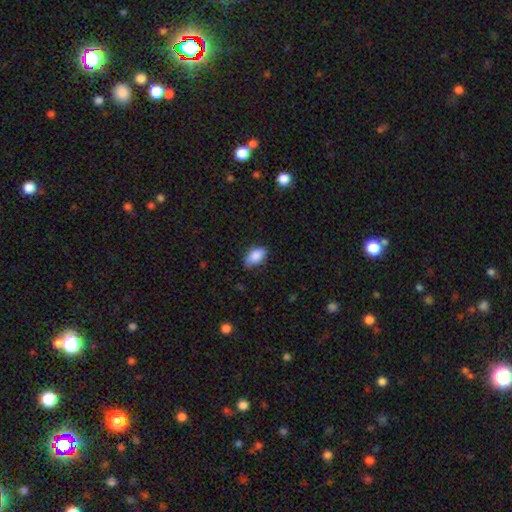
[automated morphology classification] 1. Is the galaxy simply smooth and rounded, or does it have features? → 85% smooth, 7% featured or disk, 7% star or artifact.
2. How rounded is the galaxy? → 91% in between, 6% round, 3% cigar-shaped.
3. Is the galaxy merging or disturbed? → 76% none, 20% minor disturbance, 3% major disturbance, 1% merger.